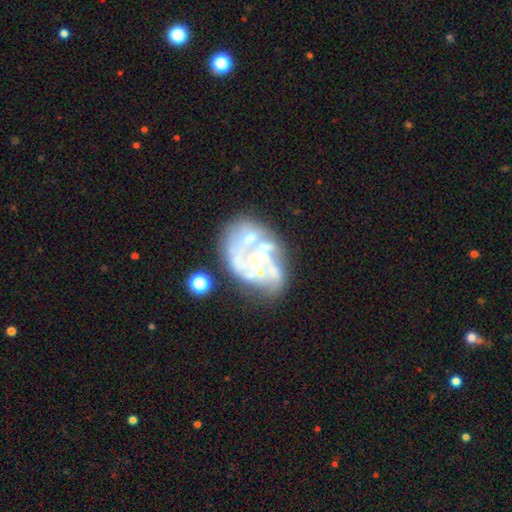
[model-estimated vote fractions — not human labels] Morphology: type=featured or disk (78%); edge-on=no (98%); bar=no (80%); spiral arms=yes (58%); bulge=small (53%); merging=none (42%).